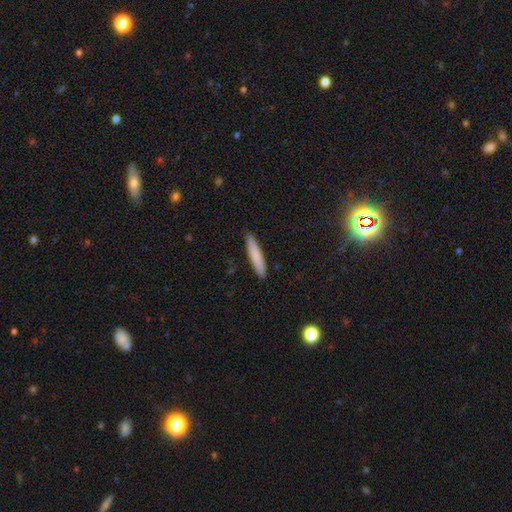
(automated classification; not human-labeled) Morphology: type=smooth (80%); roundness=cigar-shaped (91%); merging=none (90%).